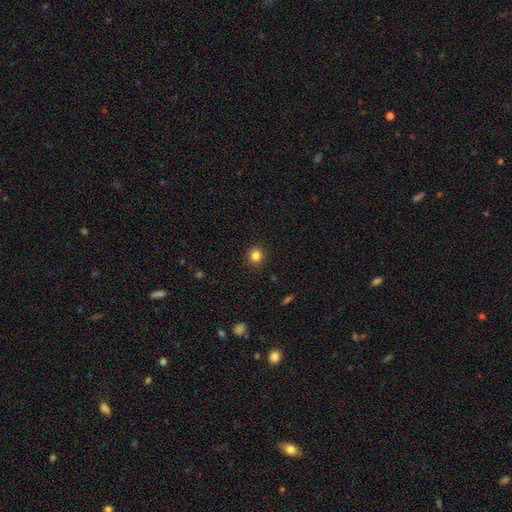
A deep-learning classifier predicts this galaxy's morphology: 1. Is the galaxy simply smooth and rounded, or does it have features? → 83% smooth, 12% star or artifact, 5% featured or disk.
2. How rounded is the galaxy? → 84% round, 15% in between, 1% cigar-shaped.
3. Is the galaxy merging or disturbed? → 91% none, 6% minor disturbance, 2% major disturbance, 1% merger.